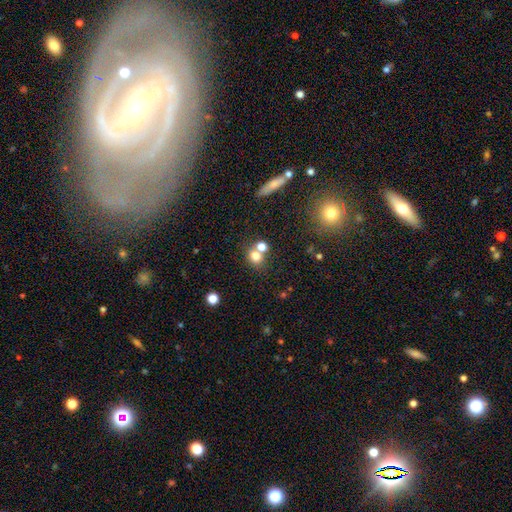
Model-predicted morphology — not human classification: Overall: smooth (75%). How rounded: round (70%). Merging: none (52%; merger 36%).